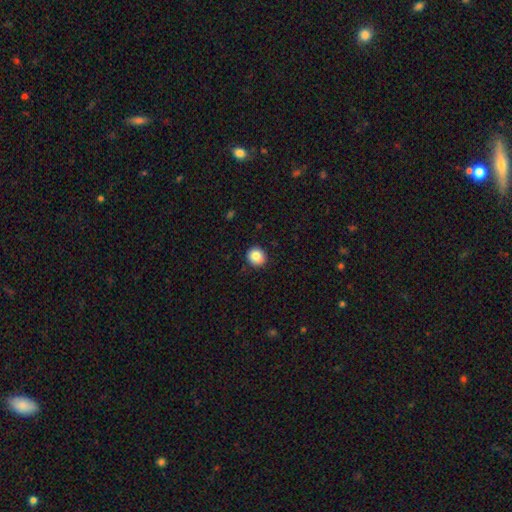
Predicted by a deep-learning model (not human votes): A smooth galaxy with no disk features (86%) that is round (88%). Merging: none (90%).